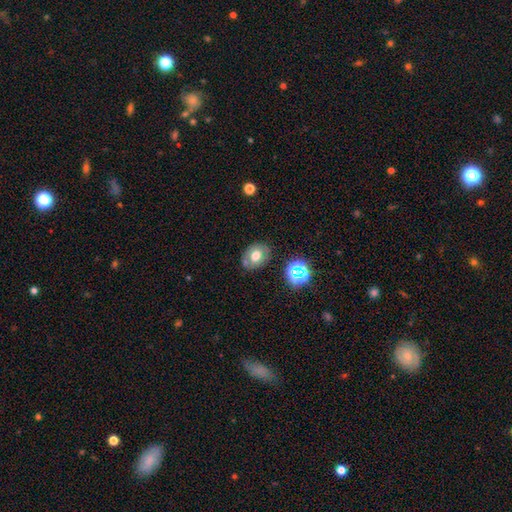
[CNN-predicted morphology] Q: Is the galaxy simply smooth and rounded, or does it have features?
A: smooth — 62%.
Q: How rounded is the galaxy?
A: in between — 53%.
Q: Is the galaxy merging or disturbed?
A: none — 73%.